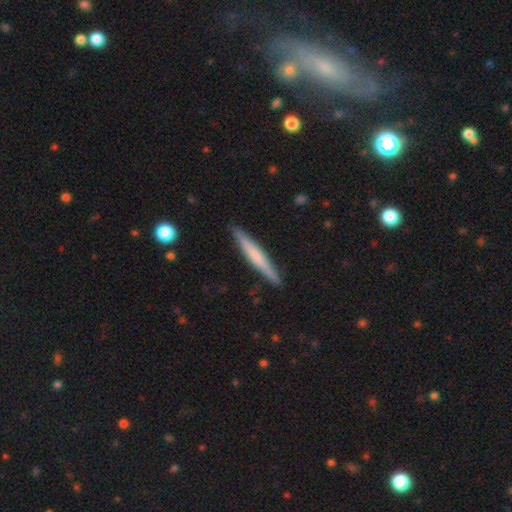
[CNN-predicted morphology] type=smooth (54%); roundness=cigar-shaped (95%); merging=none (90%).